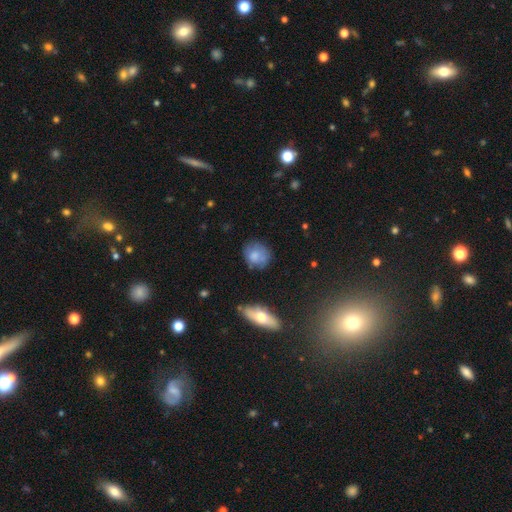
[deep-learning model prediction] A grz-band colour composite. It shows a smooth galaxy with no disk features (74%) that is round (73%). Merging: none (67%).